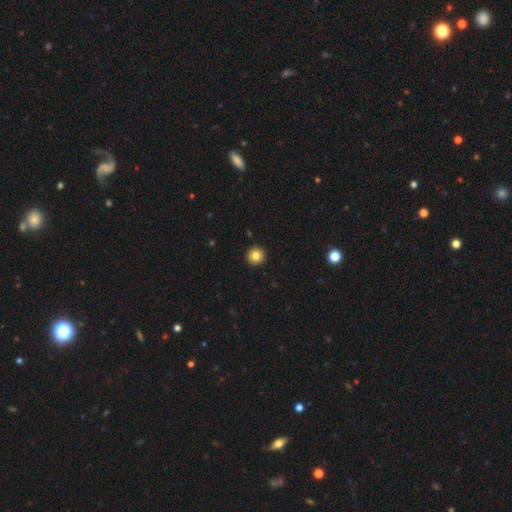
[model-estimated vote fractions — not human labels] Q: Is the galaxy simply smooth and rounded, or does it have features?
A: smooth — 83%.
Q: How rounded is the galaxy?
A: round — 96%.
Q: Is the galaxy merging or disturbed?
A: none — 94%.